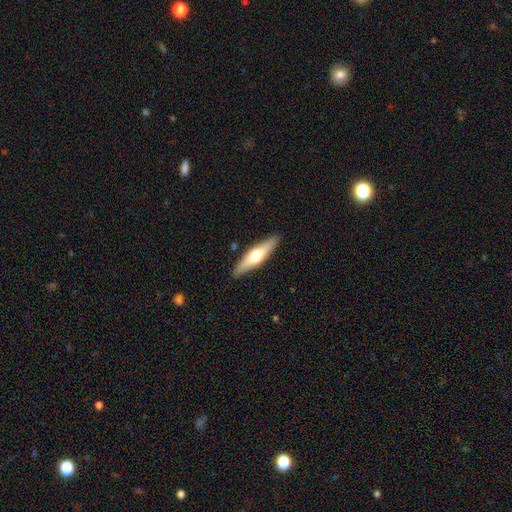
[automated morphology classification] A featured or disk galaxy (49%). Merging: none (89%).